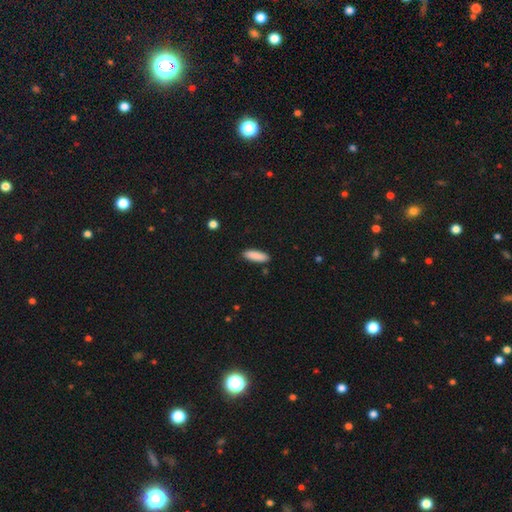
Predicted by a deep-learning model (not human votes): Smooth or featured? Predicted: smooth (p=0.89). How rounded? Predicted: in between (p=0.49, tied with cigar-shaped). Merging? Predicted: none (p=0.88).